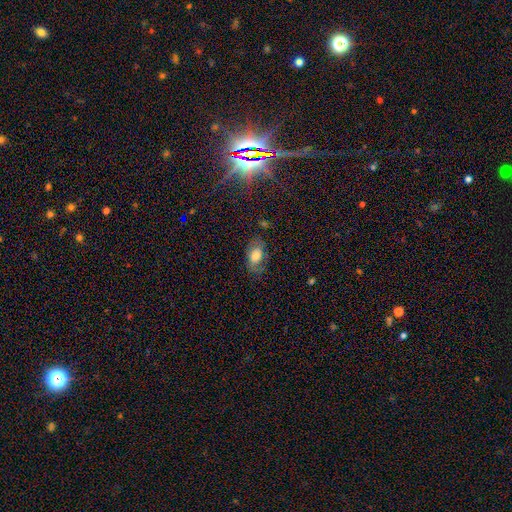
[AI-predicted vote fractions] smooth-or-featured: smooth: 62% | featured or disk: 29% | star or artifact: 10%
  how-rounded: in between: 89% | round: 9% | cigar-shaped: 2%
  merging: none: 66% | minor disturbance: 22% | major disturbance: 10% | merger: 2%